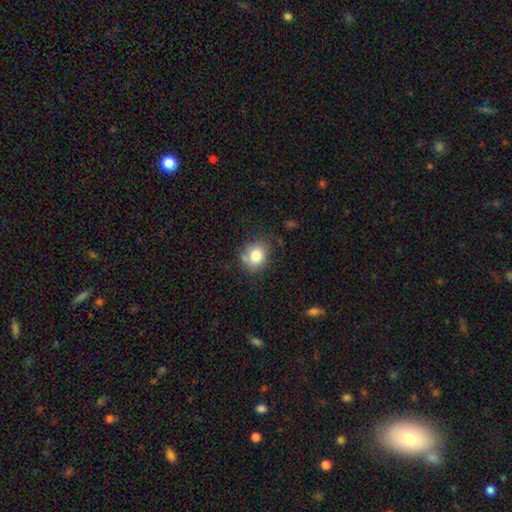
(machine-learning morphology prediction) Smooth or featured: smooth — 79% (star or artifact — 11%)
How rounded: round — 70% (in between — 29%)
Merging: none — 69% (minor disturbance — 19%)